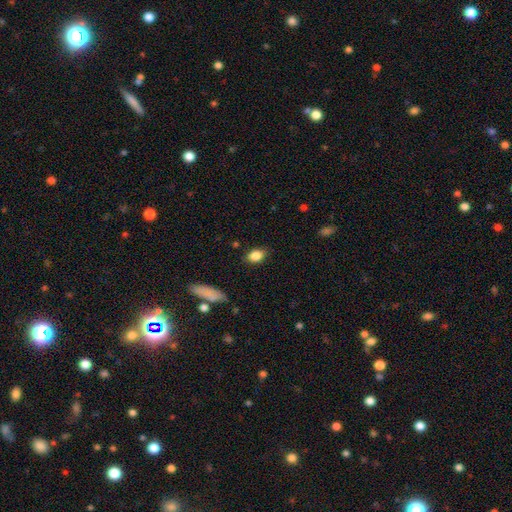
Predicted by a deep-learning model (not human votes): smooth_or_featured: smooth (p=0.85) [alt: star or artifact p=0.08]
how_rounded: in between (p=0.81) [alt: round p=0.17]
merging: none (p=0.83) [alt: minor disturbance p=0.12]